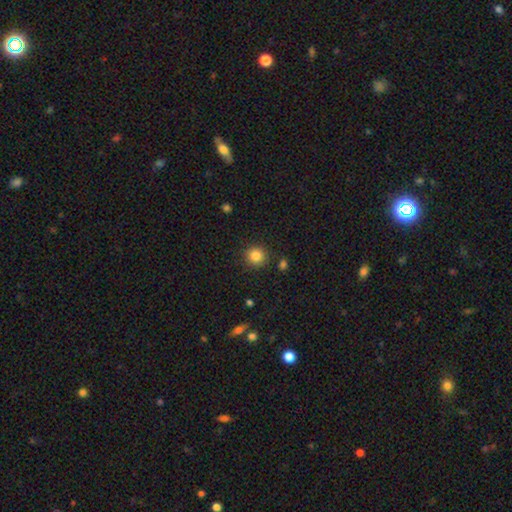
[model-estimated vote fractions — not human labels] A smooth galaxy with no disk features (84%) that is round (92%).

Vote fractions:
- Smooth or featured? smooth: 84% / star or artifact: 11% / featured or disk: 5%
- How rounded? round: 92% / in between: 7% / cigar-shaped: 1%
- Merging? none: 88% / minor disturbance: 7% / merger: 2% / major disturbance: 2%